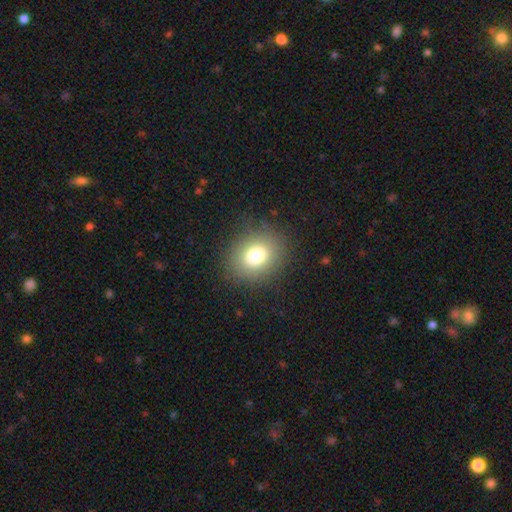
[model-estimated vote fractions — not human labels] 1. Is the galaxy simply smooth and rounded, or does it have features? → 76% smooth, 13% star or artifact, 11% featured or disk.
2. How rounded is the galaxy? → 66% round, 33% in between, 1% cigar-shaped.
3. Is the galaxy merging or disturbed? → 85% none, 9% minor disturbance, 4% major disturbance, 1% merger.